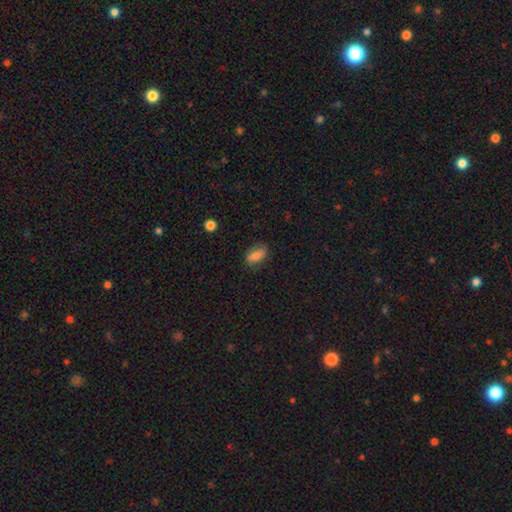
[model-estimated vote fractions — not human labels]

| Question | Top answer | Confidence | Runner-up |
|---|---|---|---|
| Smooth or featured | smooth | 78% | featured or disk (13%) |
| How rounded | in between | 86% | cigar-shaped (7%) |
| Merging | none | 77% | minor disturbance (17%) |